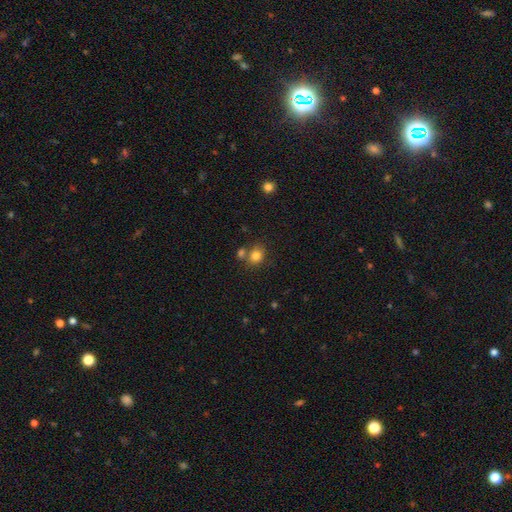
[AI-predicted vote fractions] Smooth or featured?
  - smooth: 81% *
  - star or artifact: 12%
  - featured or disk: 7%
How rounded?
  - round: 66% *
  - in between: 33%
  - cigar-shaped: 1%
Merging?
  - none: 62% *
  - merger: 23%
  - minor disturbance: 11%
  - major disturbance: 4%